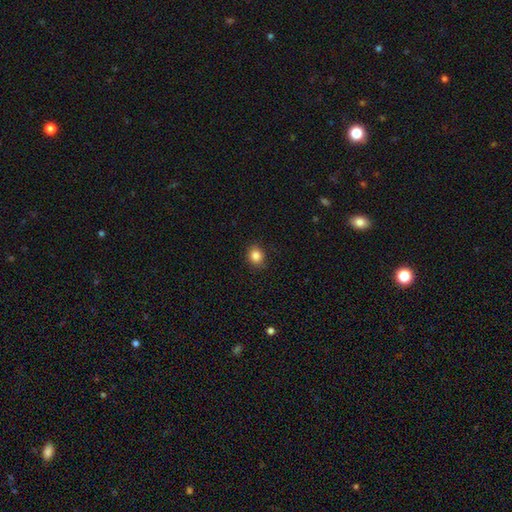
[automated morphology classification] smooth_or_featured: smooth (p=0.86) [alt: star or artifact p=0.10]
how_rounded: round (p=0.70) [alt: in between p=0.29]
merging: none (p=0.89) [alt: minor disturbance p=0.08]